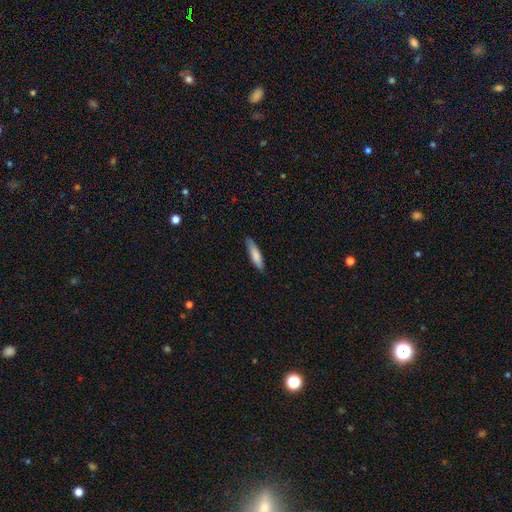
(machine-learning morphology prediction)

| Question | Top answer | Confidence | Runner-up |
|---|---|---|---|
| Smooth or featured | smooth | 82% | featured or disk (12%) |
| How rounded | cigar-shaped | 75% | in between (23%) |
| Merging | none | 81% | minor disturbance (15%) |